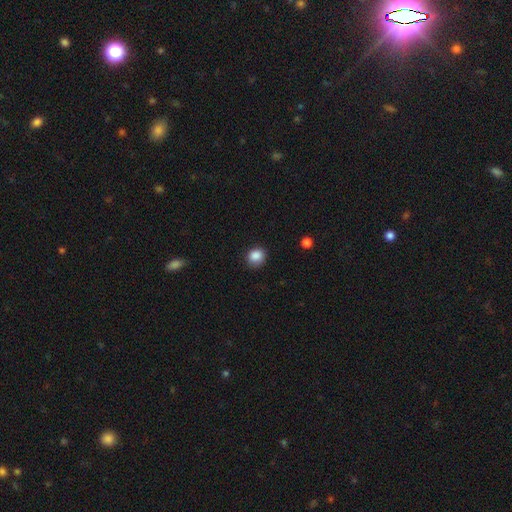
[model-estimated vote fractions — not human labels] Smooth or featured?
  - smooth: 87% *
  - star or artifact: 10%
  - featured or disk: 3%
How rounded?
  - round: 70% *
  - in between: 29%
  - cigar-shaped: 1%
Merging?
  - none: 81% *
  - minor disturbance: 15%
  - major disturbance: 3%
  - merger: 1%